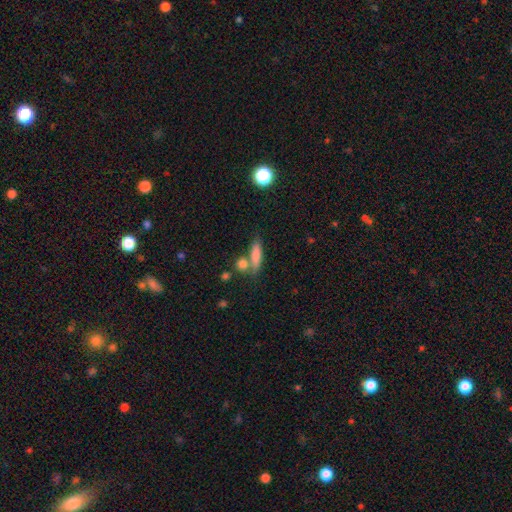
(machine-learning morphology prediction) A smooth galaxy with no disk features (81%) that is cigar-shaped (60%). Merging: none (61%).